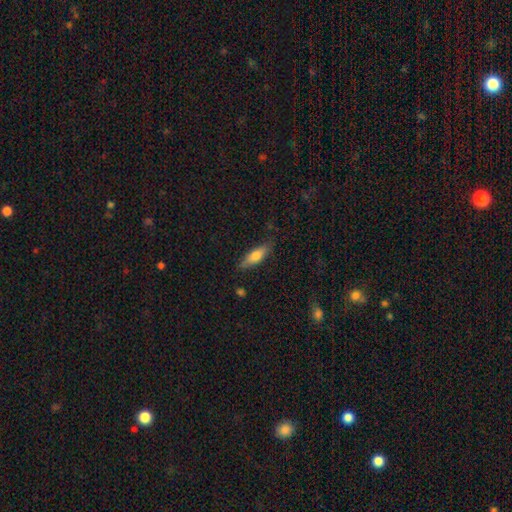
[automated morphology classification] Smooth or featured? smooth (69%)
How rounded? cigar-shaped (53%)
Merging? none (81%)